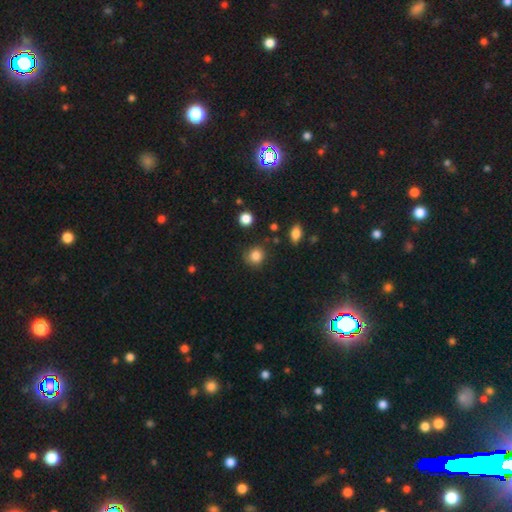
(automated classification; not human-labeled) A smooth galaxy with no disk features (84%) that is round (86%). Merging: none (80%).